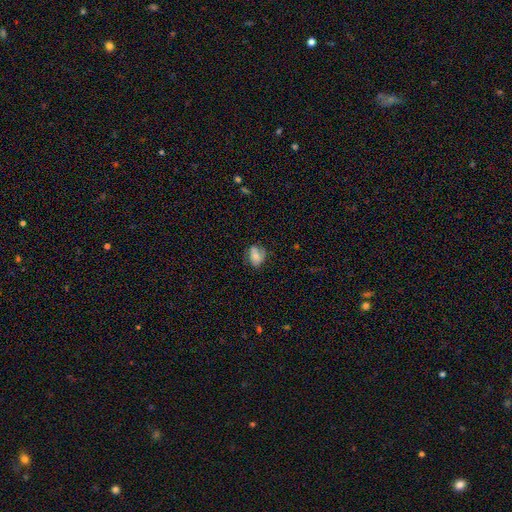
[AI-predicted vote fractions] The model was most divided on "how rounded": in between: 58%, round: 41%, cigar-shaped: 2%. More confident: merging — none (61%); smooth or featured — smooth (56%).